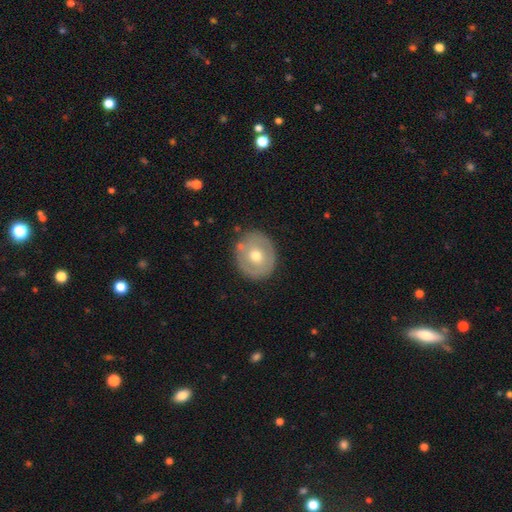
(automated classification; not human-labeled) smooth-or-featured: smooth: 48% | featured or disk: 45% | star or artifact: 6%
  merging: none: 83% | minor disturbance: 11% | major disturbance: 3% | merger: 2%